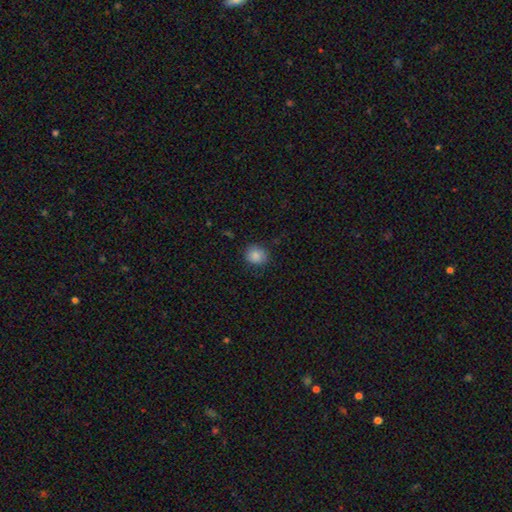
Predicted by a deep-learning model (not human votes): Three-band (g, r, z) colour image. It shows a smooth galaxy with no disk features (86%) that is round (79%). Merging: none (82%).